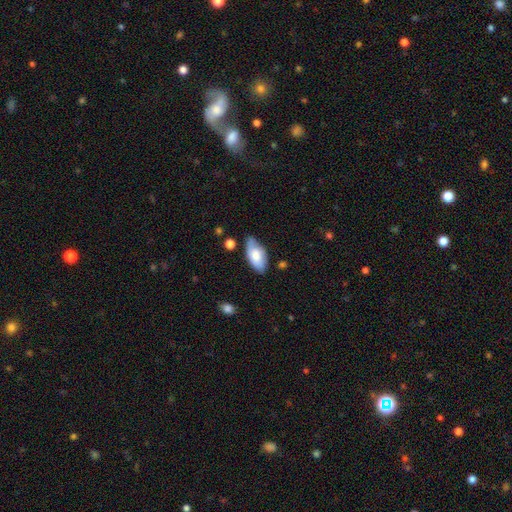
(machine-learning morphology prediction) smooth-or-featured: smooth: 73% | featured or disk: 21% | star or artifact: 6%
  how-rounded: in between: 94% | cigar-shaped: 4% | round: 2%
  merging: none: 62% | minor disturbance: 29% | major disturbance: 6% | merger: 4%